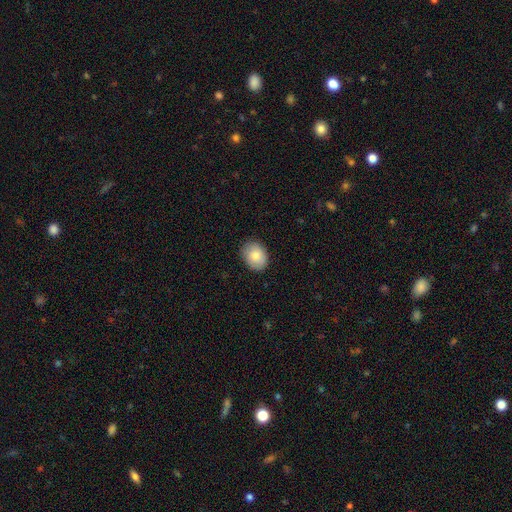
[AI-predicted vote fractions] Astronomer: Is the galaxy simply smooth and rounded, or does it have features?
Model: smooth — 82%.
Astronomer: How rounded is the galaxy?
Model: in between — 57% (runner-up: round, 42%).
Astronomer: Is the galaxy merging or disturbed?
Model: none — 87%.